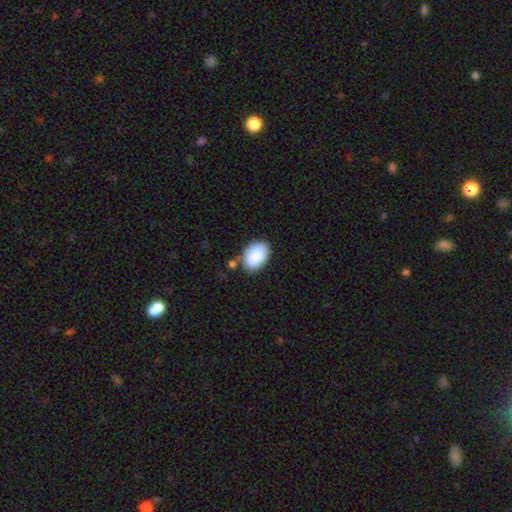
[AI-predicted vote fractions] smooth-or-featured: smooth: 89% | star or artifact: 6% | featured or disk: 4%
  how-rounded: in between: 90% | round: 9% | cigar-shaped: 1%
  merging: none: 75% | minor disturbance: 15% | merger: 6% | major disturbance: 4%